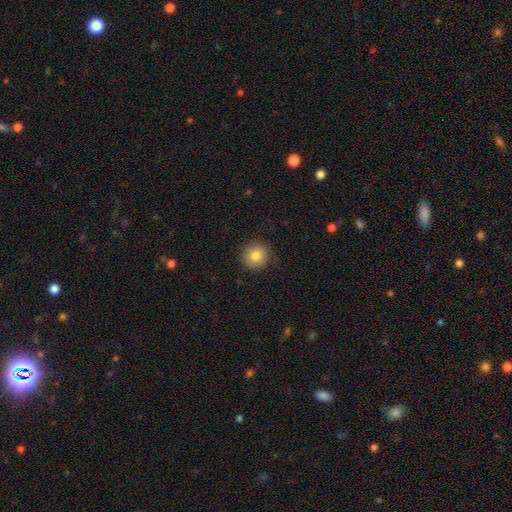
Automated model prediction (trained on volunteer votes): This appears to be a smooth galaxy with no disk features (82%) that is round (92%). Merging: none (87%).